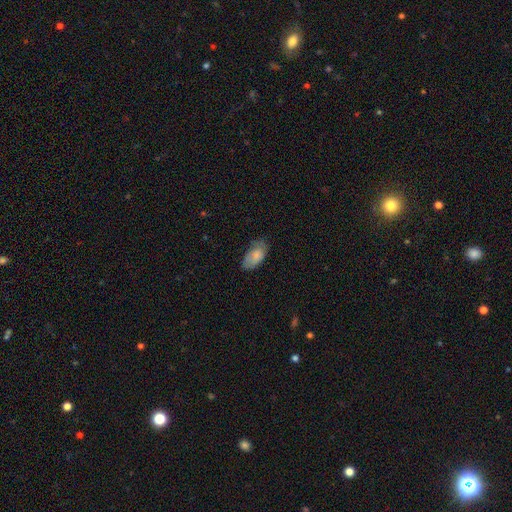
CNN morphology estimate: Overall: smooth (76%). How rounded: in between (93%). Merging: none (56%; minor disturbance 32%).